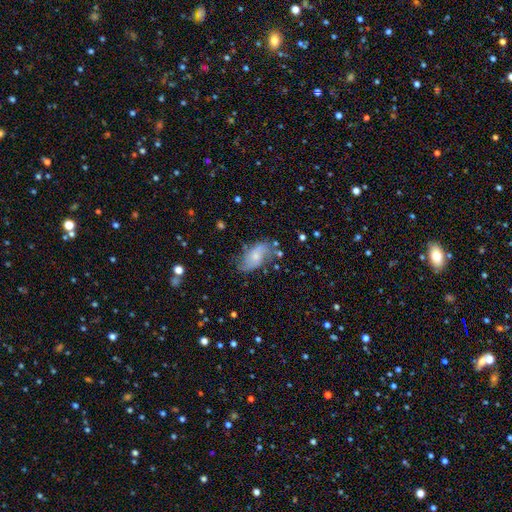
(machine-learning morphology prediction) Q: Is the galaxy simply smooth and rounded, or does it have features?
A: featured or disk — 48%.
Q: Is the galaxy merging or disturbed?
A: none — 63%.